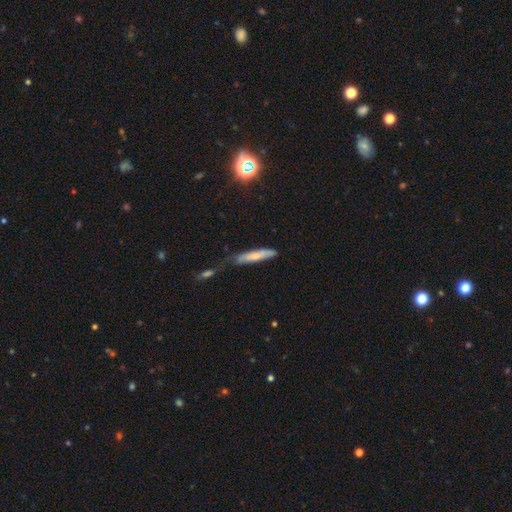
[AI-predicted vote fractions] This appears to be a smooth galaxy with no disk features (64%) that is cigar-shaped (87%). Merging: none (50%).